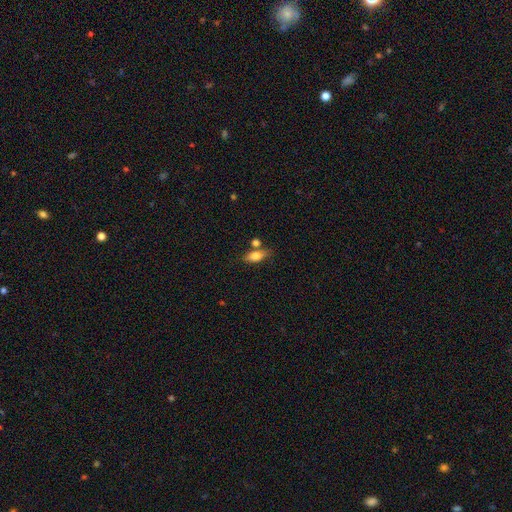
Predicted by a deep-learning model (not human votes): Smooth or featured: smooth — 75% (featured or disk — 17%)
How rounded: in between — 76% (cigar-shaped — 19%)
Merging: none — 65% (merger — 16%)